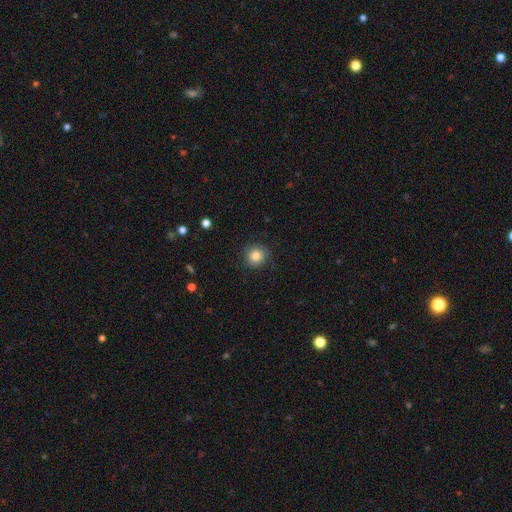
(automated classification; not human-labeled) A smooth galaxy with no disk features (82%) that is round (91%).

Vote fractions:
- Smooth or featured? smooth: 82% / star or artifact: 10% / featured or disk: 8%
- How rounded? round: 91% / in between: 8% / cigar-shaped: 1%
- Merging? none: 84% / minor disturbance: 11% / major disturbance: 4% / merger: 1%